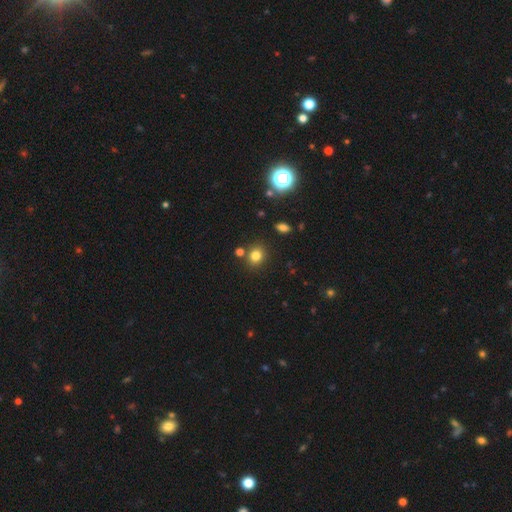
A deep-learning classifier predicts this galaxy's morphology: This is likely a smooth galaxy (79%). How rounded: likely round (78%). Merging: clearly none (81%).